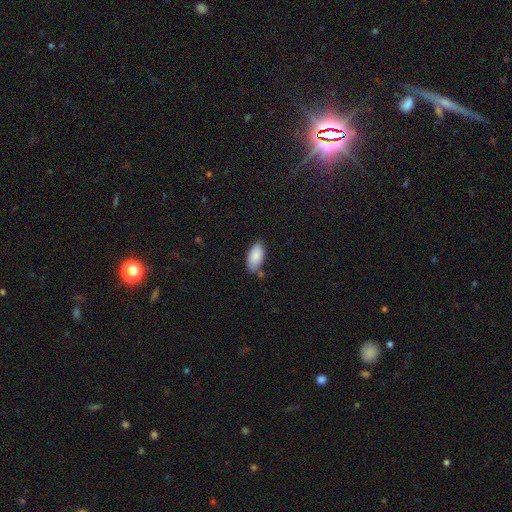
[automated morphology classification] A smooth galaxy with no disk features (88%) that is in between round and cigar-shaped (94%). Merging: none (70%).